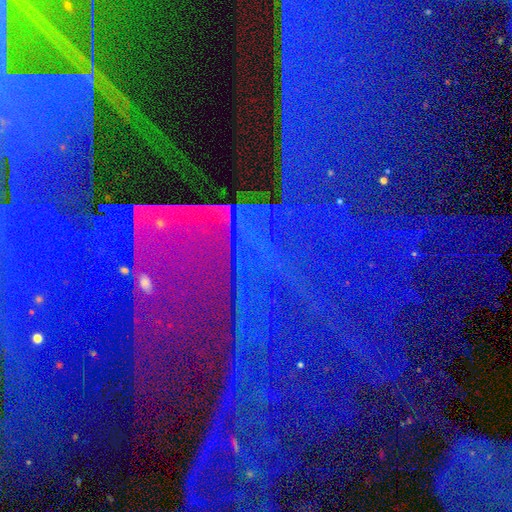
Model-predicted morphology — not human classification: This appears to be a star or artifact, not a galaxy (89%).